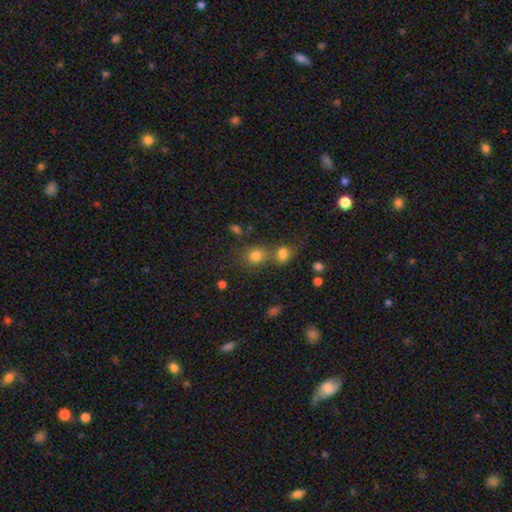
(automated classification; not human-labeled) Smooth or featured: smooth — 78% (star or artifact — 14%)
How rounded: round — 74% (in between — 25%)
Merging: none — 52% (merger — 34%)